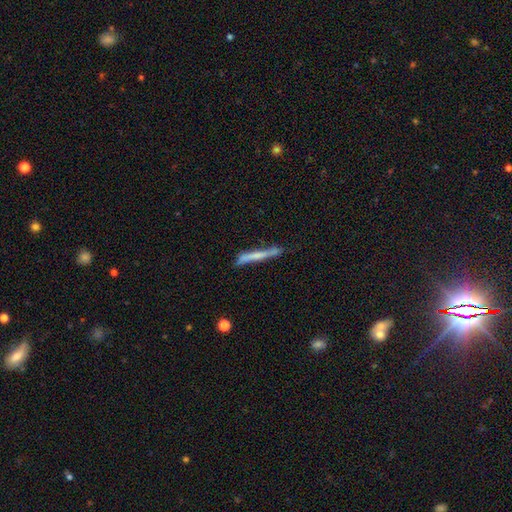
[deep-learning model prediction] The model was most divided on "smooth or featured": smooth: 49%, featured or disk: 45%, star or artifact: 7%. More confident: merging — none (68%).